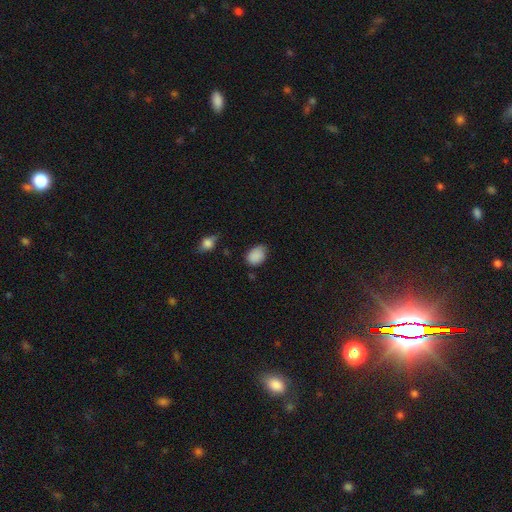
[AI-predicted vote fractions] Q: Smooth or featured?
A: smooth (87%); runner-up: star or artifact (9%)
Q: How rounded?
A: in between (71%); runner-up: round (28%)
Q: Merging?
A: none (62%); runner-up: minor disturbance (30%)